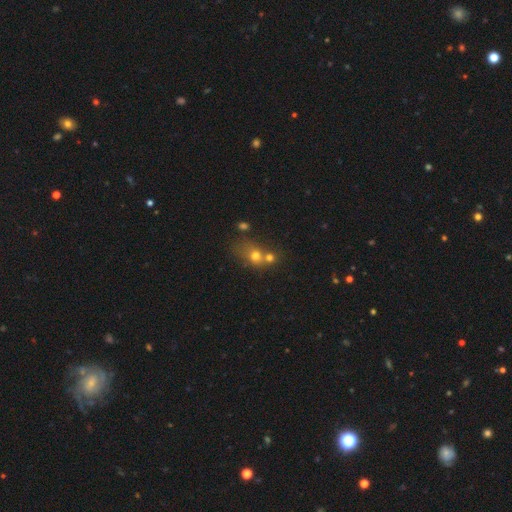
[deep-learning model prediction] This is likely a smooth galaxy (66%). How rounded: likely round (61%). Merging: possibly merger (53%).